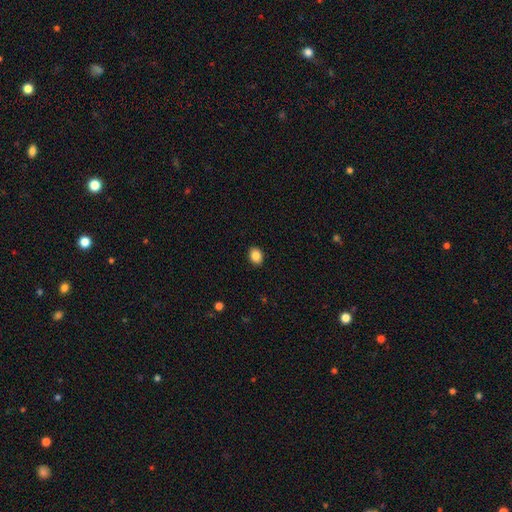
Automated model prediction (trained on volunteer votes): Smooth or featured?
  - smooth: 86% *
  - star or artifact: 9%
  - featured or disk: 5%
How rounded?
  - in between: 62% *
  - round: 37%
  - cigar-shaped: 1%
Merging?
  - none: 90% *
  - minor disturbance: 7%
  - major disturbance: 2%
  - merger: 1%